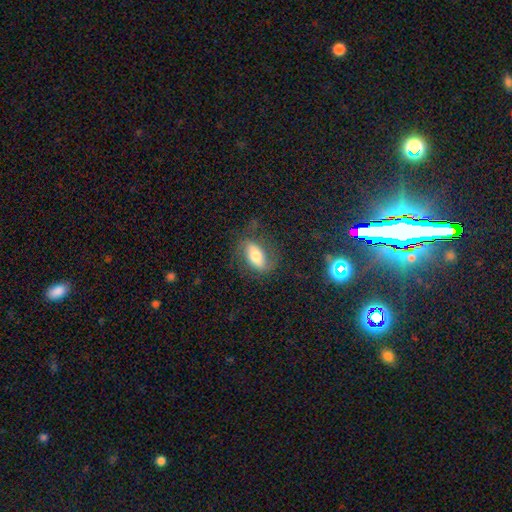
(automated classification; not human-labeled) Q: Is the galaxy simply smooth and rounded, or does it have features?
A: smooth — 53%.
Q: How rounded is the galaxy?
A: in between — 85%.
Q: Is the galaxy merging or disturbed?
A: none — 67%.